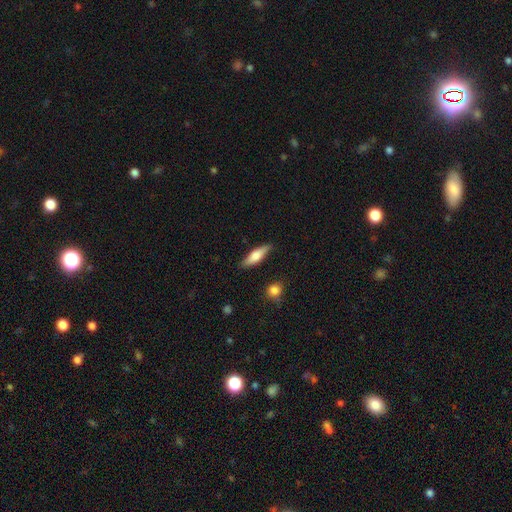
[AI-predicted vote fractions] A smooth galaxy with no disk features (61%) that is cigar-shaped (58%).

Vote fractions:
- Smooth or featured? smooth: 61% / featured or disk: 33% / star or artifact: 6%
- How rounded? cigar-shaped: 58% / in between: 40% / round: 2%
- Merging? none: 82% / minor disturbance: 13% / major disturbance: 3% / merger: 2%